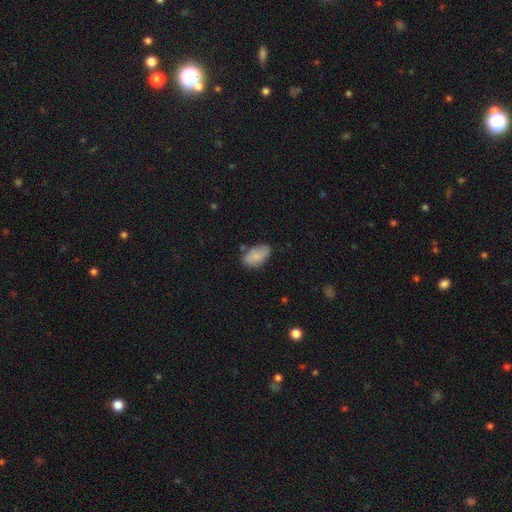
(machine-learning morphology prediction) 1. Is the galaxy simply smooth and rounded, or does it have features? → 80% smooth, 13% featured or disk, 7% star or artifact.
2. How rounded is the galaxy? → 93% in between, 5% round, 2% cigar-shaped.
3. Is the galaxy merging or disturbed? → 70% none, 22% minor disturbance, 4% major disturbance, 4% merger.